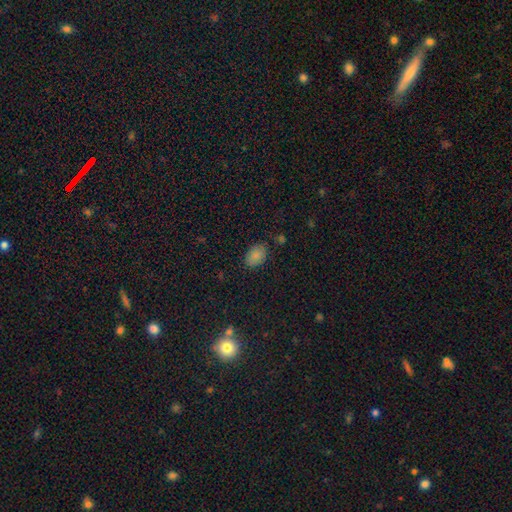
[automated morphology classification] A smooth galaxy with no disk features (83%) that is in between round and cigar-shaped (84%). Merging: none (80%).